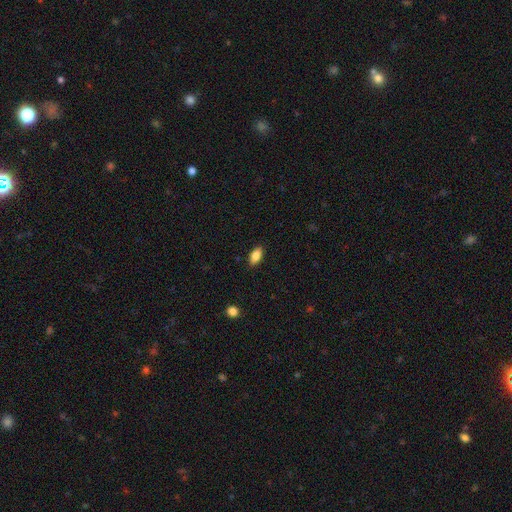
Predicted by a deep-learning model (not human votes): A smooth galaxy with no disk features (84%) that is in between round and cigar-shaped (91%).

Vote fractions:
- Smooth or featured? smooth: 84% / featured or disk: 9% / star or artifact: 8%
- How rounded? in between: 91% / cigar-shaped: 5% / round: 4%
- Merging? none: 88% / minor disturbance: 9% / major disturbance: 2% / merger: 1%